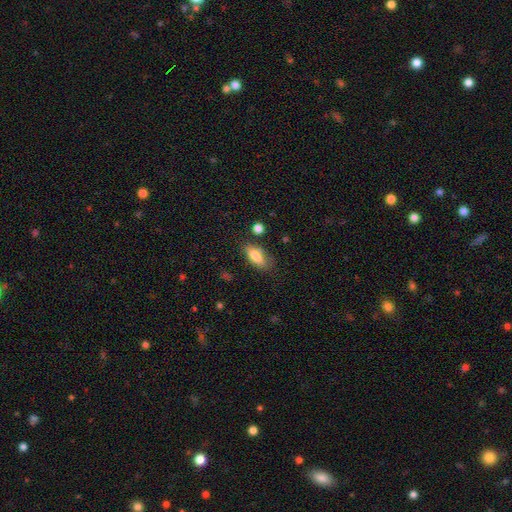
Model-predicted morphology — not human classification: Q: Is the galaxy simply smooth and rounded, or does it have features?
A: smooth — 80%.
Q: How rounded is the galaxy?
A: in between — 78%.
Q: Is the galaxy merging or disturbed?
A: none — 71%.